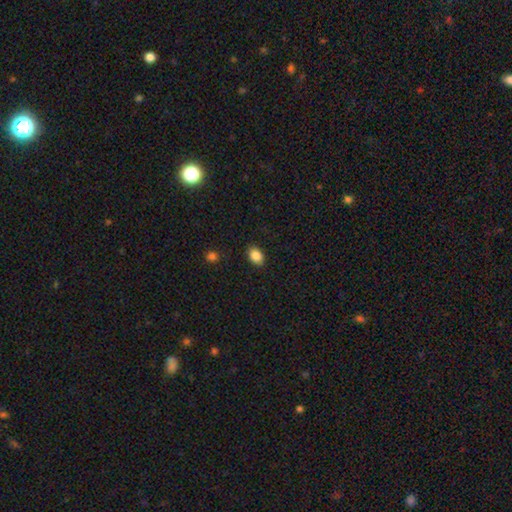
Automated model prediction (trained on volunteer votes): smooth_or_featured: smooth (p=0.86) [alt: star or artifact p=0.09]
how_rounded: in between (p=0.79) [alt: round p=0.20]
merging: none (p=0.88) [alt: minor disturbance p=0.08]